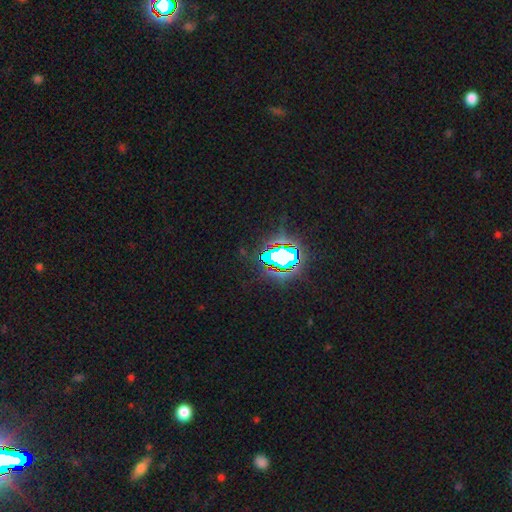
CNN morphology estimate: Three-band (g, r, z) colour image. It shows a star or artifact, not a galaxy (80%).